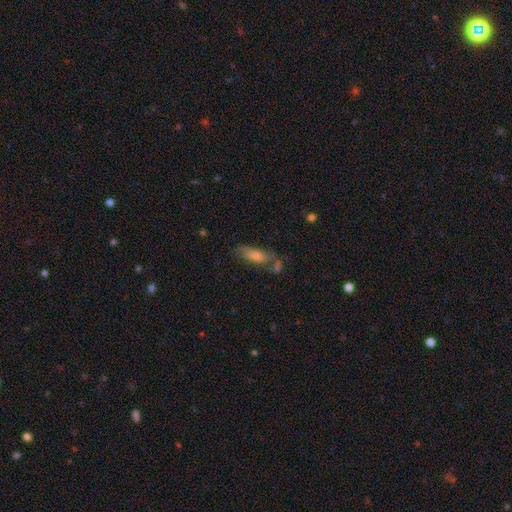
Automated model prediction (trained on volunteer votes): smooth-or-featured: smooth: 61% | featured or disk: 27% | star or artifact: 11%
  how-rounded: in between: 54% | cigar-shaped: 43% | round: 3%
  merging: none: 57% | minor disturbance: 19% | merger: 16% | major disturbance: 8%